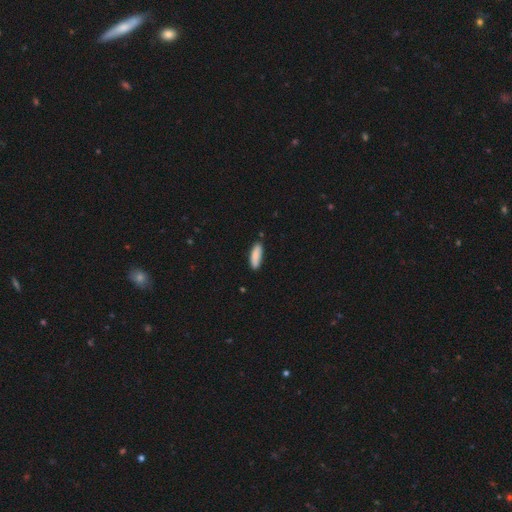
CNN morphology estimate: Overall: smooth (87%). How rounded: in between (52%; cigar-shaped 47%). Merging: none (84%).